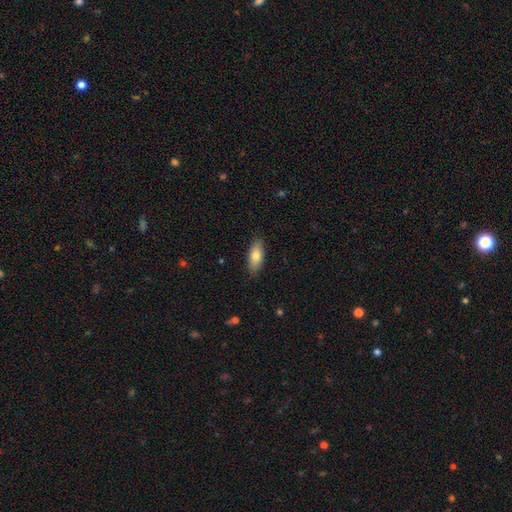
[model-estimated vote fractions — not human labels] This appears to be a smooth galaxy with no disk features (78%) that is in between round and cigar-shaped (83%). Merging: none (85%).